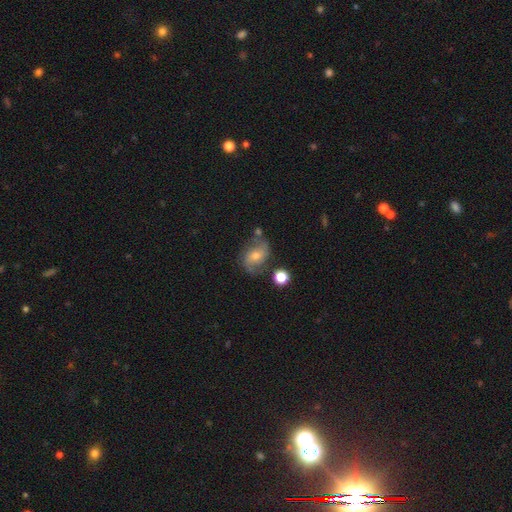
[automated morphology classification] featured or disk 60%, smooth 30%, star or artifact 10%. Down the decision tree: edge-on disk — no (97%); bar — no (55%); spiral arms — yes (86%); spiral arm count — 2 (87%); spiral winding — loose (46%); bulge size — moderate (50%); merging — none (66%).